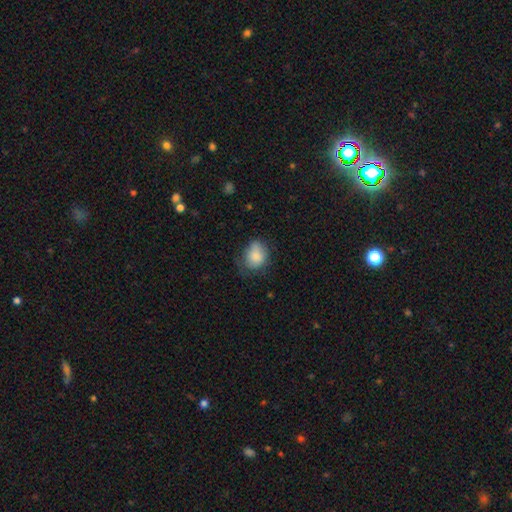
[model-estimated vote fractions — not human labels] This appears to be a smooth galaxy with no disk features (83%) that is in between round and cigar-shaped (52%). Merging: none (52%).